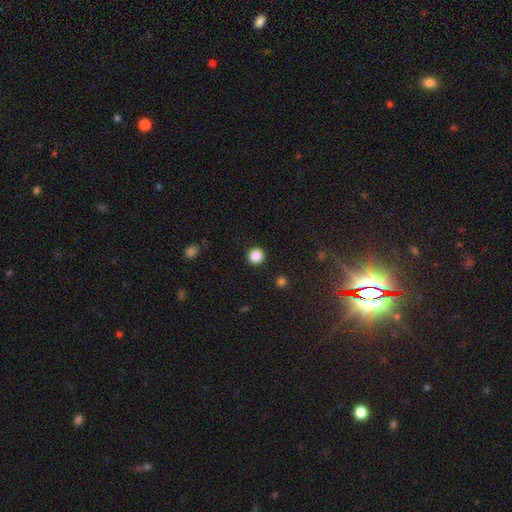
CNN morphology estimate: Q: Smooth or featured?
A: smooth (86%); runner-up: star or artifact (10%)
Q: How rounded?
A: round (90%); runner-up: in between (9%)
Q: Merging?
A: none (91%); runner-up: minor disturbance (6%)